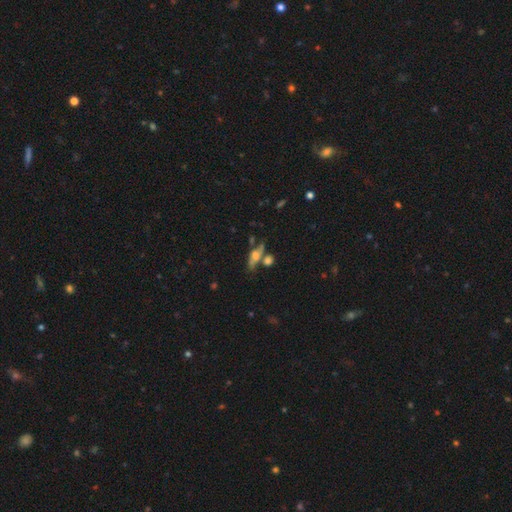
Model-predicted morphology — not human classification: Overall: featured or disk (47%; smooth 39%). Merging: none (46%; merger 26%).